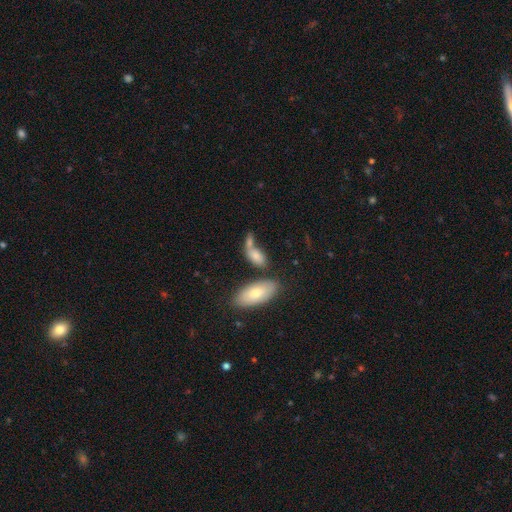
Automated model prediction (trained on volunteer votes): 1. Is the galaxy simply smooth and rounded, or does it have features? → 76% smooth, 16% featured or disk, 8% star or artifact.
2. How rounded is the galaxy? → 85% in between, 10% cigar-shaped, 5% round.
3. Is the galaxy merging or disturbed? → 40% none, 39% merger, 13% minor disturbance, 7% major disturbance.